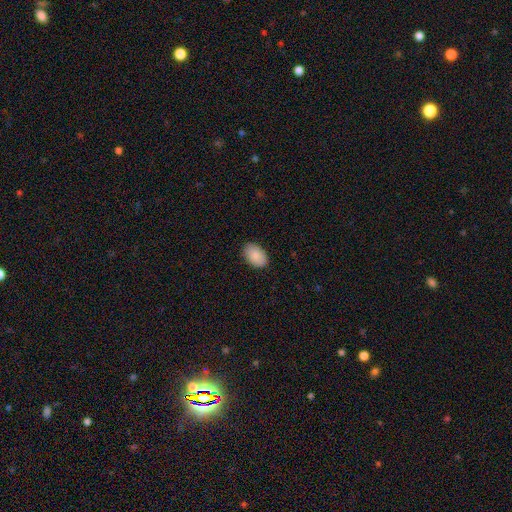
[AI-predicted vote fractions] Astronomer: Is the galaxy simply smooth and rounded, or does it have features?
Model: smooth — 87%.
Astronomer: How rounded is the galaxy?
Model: in between — 91%.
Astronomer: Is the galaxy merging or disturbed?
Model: none — 87%.